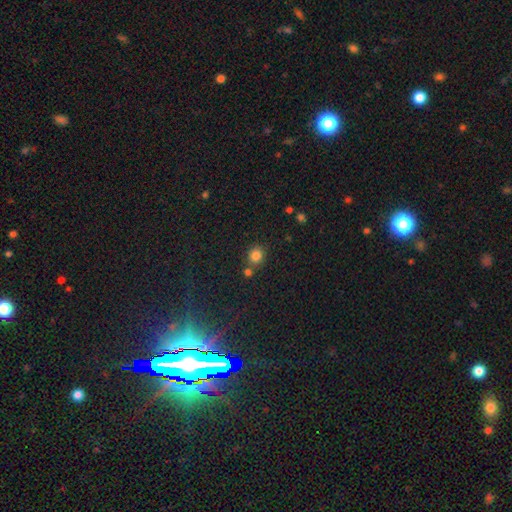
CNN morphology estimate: Smooth or featured? Predicted: smooth (p=0.81). How rounded? Predicted: round (p=0.83). Merging? Predicted: none (p=0.68).